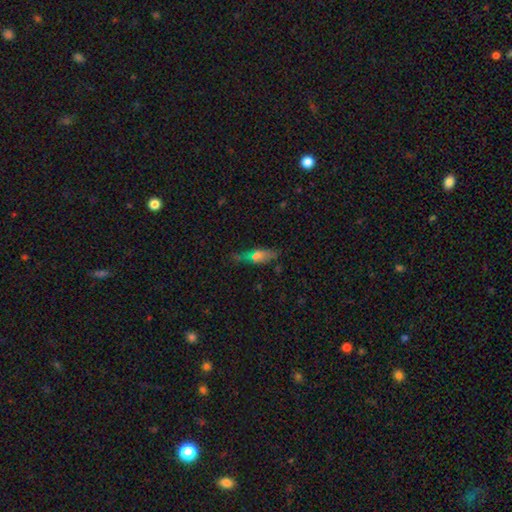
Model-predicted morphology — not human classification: smooth_or_featured: smooth (p=0.57) [alt: featured or disk p=0.27]
how_rounded: in between (p=0.49) [alt: cigar-shaped p=0.46]
merging: none (p=0.65) [alt: minor disturbance p=0.24]